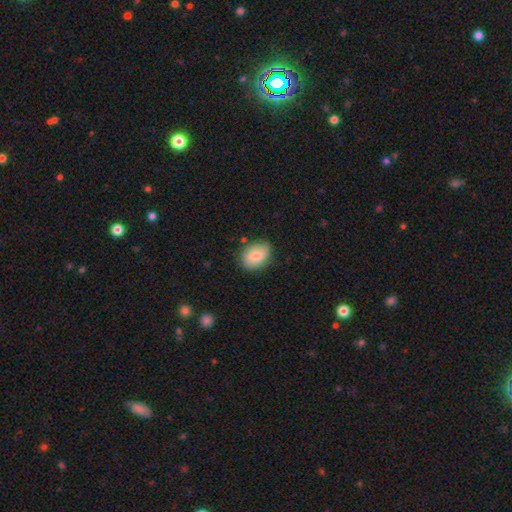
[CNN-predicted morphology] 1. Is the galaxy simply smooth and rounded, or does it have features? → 78% smooth, 15% featured or disk, 7% star or artifact.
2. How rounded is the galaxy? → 69% in between, 30% round, 1% cigar-shaped.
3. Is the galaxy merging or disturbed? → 76% none, 19% minor disturbance, 4% major disturbance, 2% merger.